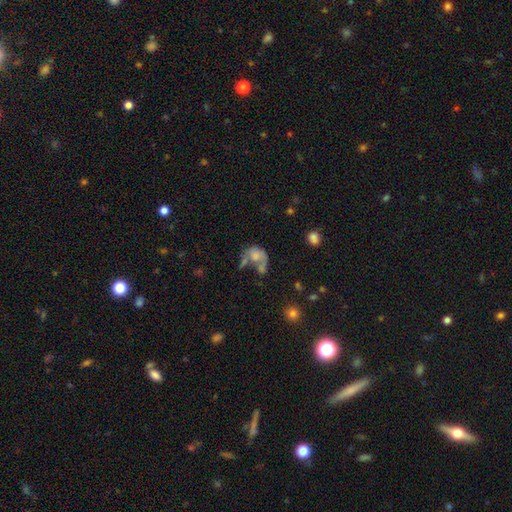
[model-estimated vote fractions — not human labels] smooth-or-featured: smooth: 52% | featured or disk: 37% | star or artifact: 11%
  how-rounded: in between: 57% | round: 41% | cigar-shaped: 2%
  merging: merger: 34% | major disturbance: 30% | none: 21% | minor disturbance: 15%